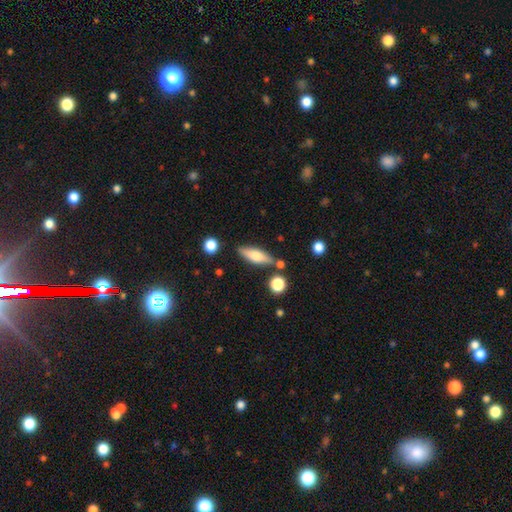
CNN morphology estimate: Smooth or featured? smooth (60%)
How rounded? cigar-shaped (50%)
Merging? none (77%)